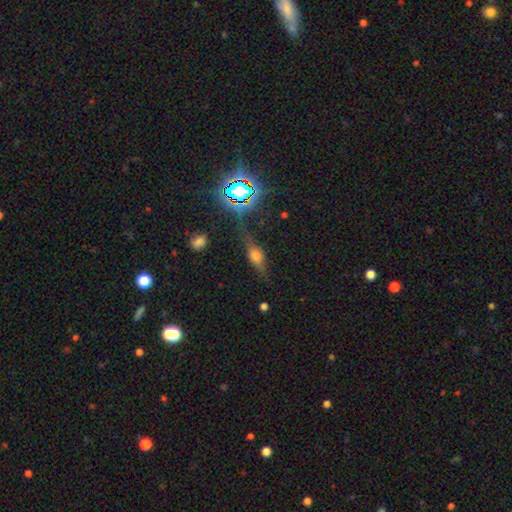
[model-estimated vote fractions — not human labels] Morphology: type=featured or disk (47%); merging=none (70%).